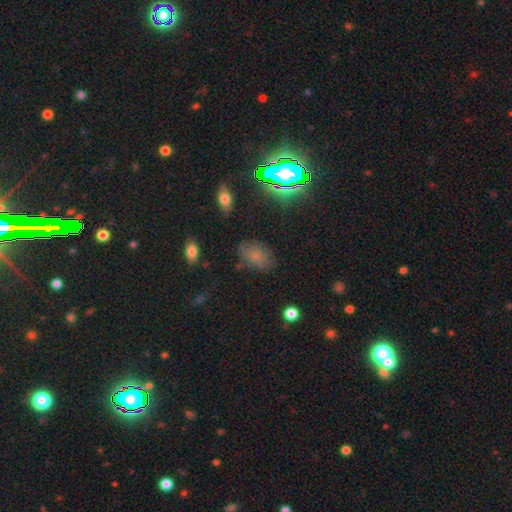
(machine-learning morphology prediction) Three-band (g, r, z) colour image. It shows a smooth galaxy with no disk features (65%) that is in between round and cigar-shaped (84%). Merging: none (73%).